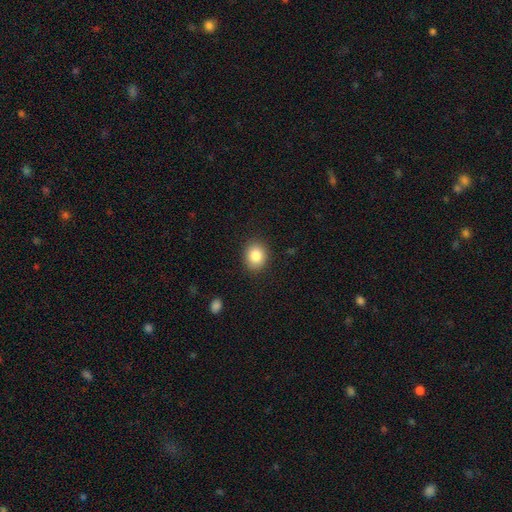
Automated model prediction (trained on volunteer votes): Q: Smooth or featured?
A: smooth (85%); runner-up: star or artifact (9%)
Q: How rounded?
A: round (64%); runner-up: in between (35%)
Q: Merging?
A: none (89%); runner-up: minor disturbance (8%)